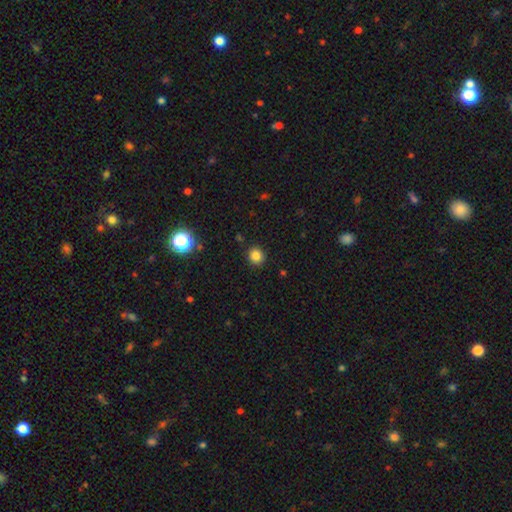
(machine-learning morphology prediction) smooth_or_featured: smooth (p=0.83) [alt: star or artifact p=0.13]
how_rounded: round (p=0.88) [alt: in between p=0.11]
merging: none (p=0.90) [alt: minor disturbance p=0.07]